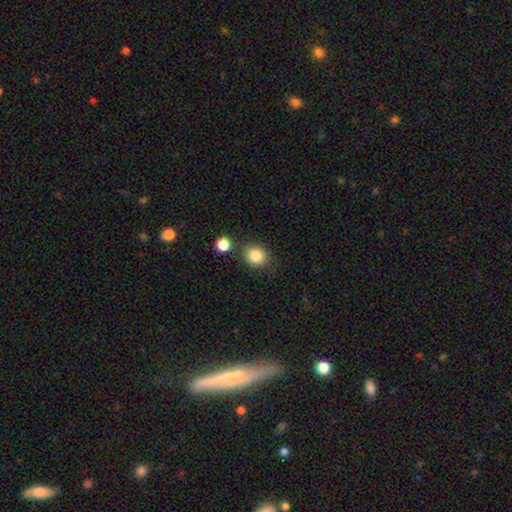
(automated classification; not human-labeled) A smooth galaxy with no disk features (85%) that is round (72%).

Vote fractions:
- Smooth or featured? smooth: 85% / star or artifact: 10% / featured or disk: 5%
- How rounded? round: 72% / in between: 27% / cigar-shaped: 1%
- Merging? none: 76% / minor disturbance: 12% / merger: 8% / major disturbance: 4%